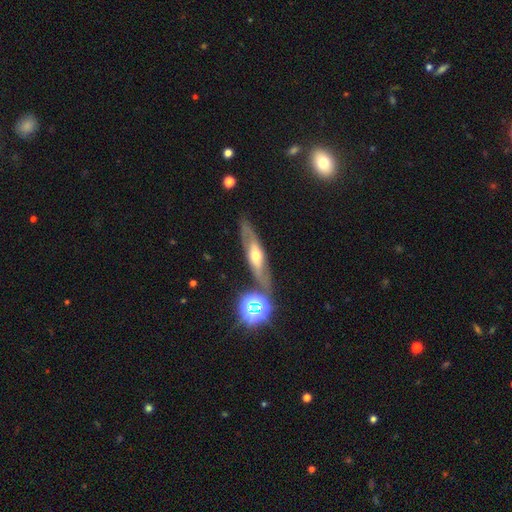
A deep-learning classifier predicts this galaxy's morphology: smooth-or-featured: featured or disk: 59% | smooth: 28% | star or artifact: 12%
  disk-edge-on: yes: 60% | no: 40%
  merging: none: 74% | minor disturbance: 14% | merger: 7% | major disturbance: 5%